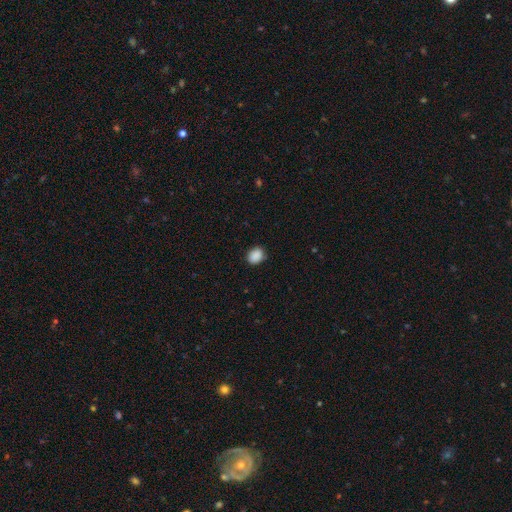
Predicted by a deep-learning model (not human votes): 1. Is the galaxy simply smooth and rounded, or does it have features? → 89% smooth, 8% star or artifact, 3% featured or disk.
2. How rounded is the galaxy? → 52% in between, 47% round, 1% cigar-shaped.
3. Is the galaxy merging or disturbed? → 85% none, 12% minor disturbance, 3% major disturbance, 1% merger.